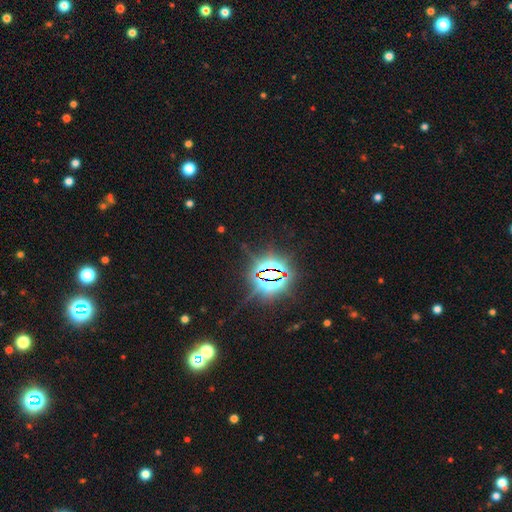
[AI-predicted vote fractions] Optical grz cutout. It shows a star or artifact, not a galaxy (83%).